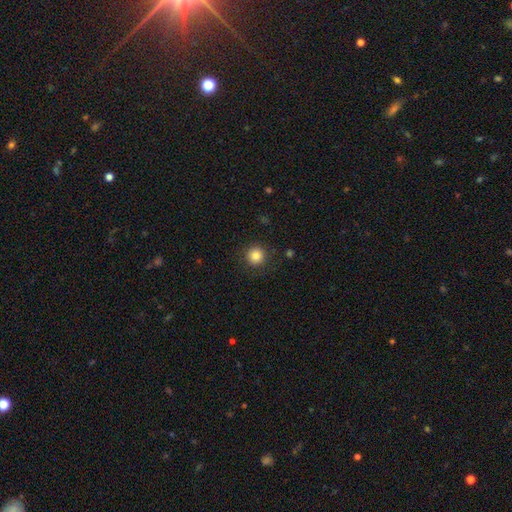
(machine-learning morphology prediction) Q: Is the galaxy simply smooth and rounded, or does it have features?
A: smooth — 84%.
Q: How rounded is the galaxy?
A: round — 95%.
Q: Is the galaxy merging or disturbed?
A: none — 90%.